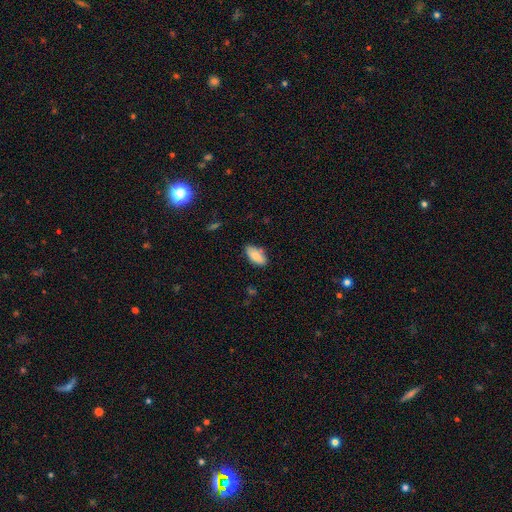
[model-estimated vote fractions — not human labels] Morphology: type=smooth (87%); roundness=in between (89%); merging=none (76%).